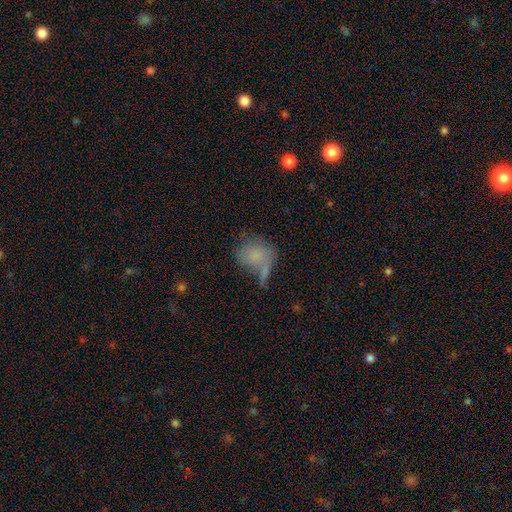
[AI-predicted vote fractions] Overall: smooth (71%). How rounded: round (59%; in between 39%). Merging: none (41%; merger 22%).